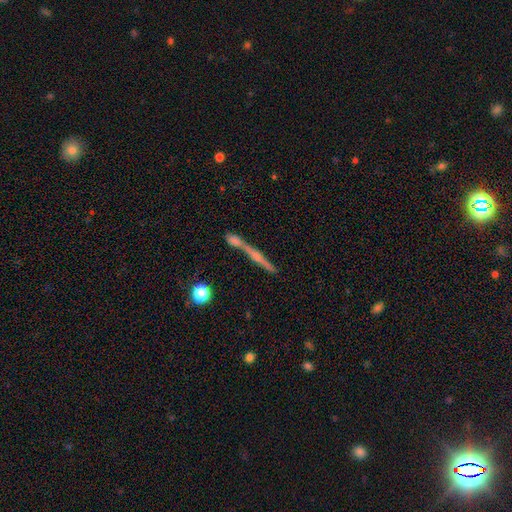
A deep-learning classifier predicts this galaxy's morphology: Smooth or featured? featured or disk (63%)
Edge-on disk? yes (91%)
Edge-on bulge? rounded (55%)
Merging? none (55%)